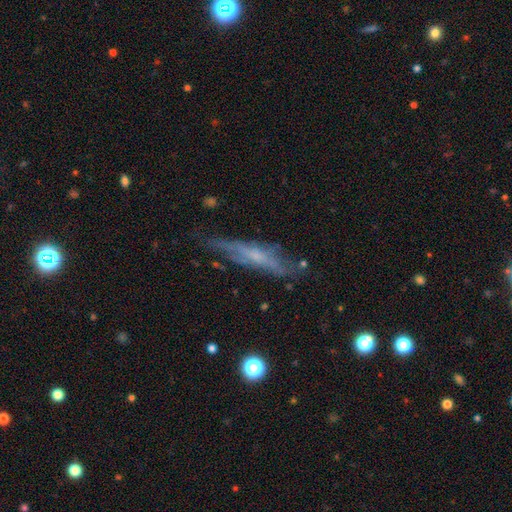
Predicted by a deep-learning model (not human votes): This appears to be a featured or disk galaxy (60%) viewed edge-on (69%). Merging: none (61%).